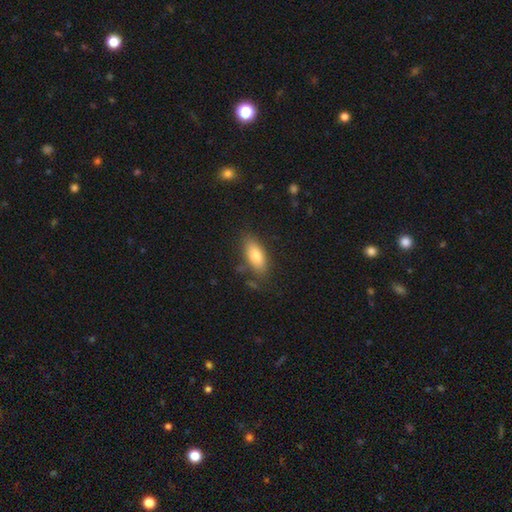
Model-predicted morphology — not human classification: smooth 79%, featured or disk 14%, star or artifact 7%. Down the decision tree: how rounded — in between (84%); merging — none (78%).